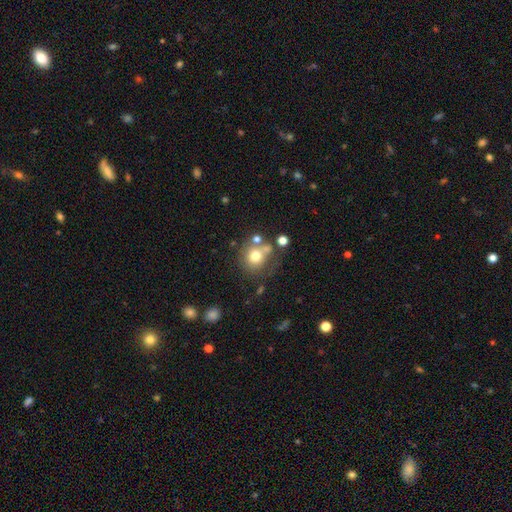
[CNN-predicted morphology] A smooth galaxy with no disk features (70%) that is round (83%). Merging: none (55%).